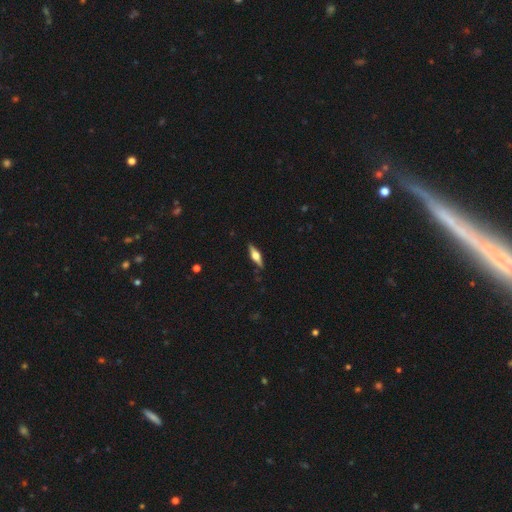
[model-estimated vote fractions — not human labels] Overall: featured or disk (66%; smooth 28%). Edge-on disk: yes (96%). Edge-on bulge: rounded (92%). Merging: none (88%).